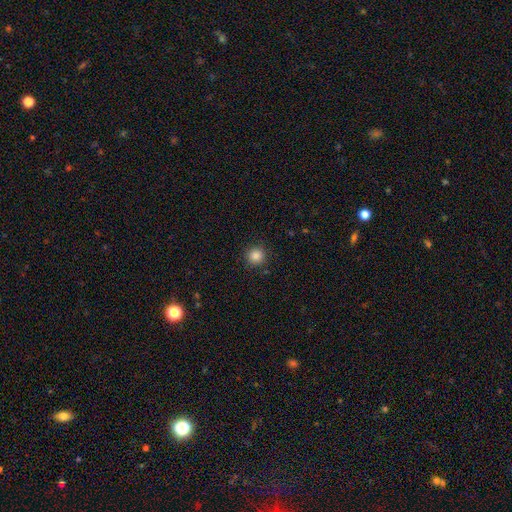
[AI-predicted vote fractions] A smooth galaxy with no disk features (85%) that is round (95%). Merging: none (90%).